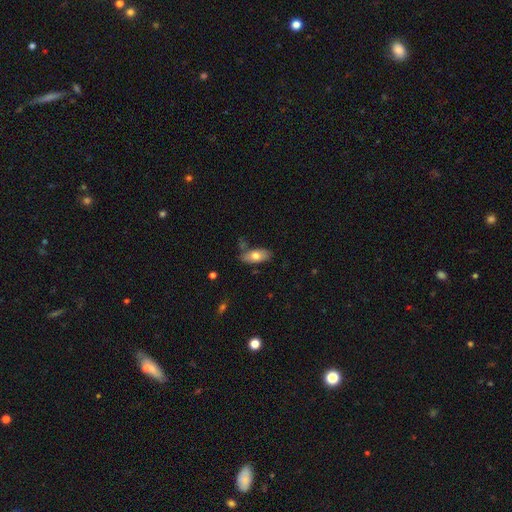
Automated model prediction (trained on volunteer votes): Q: Smooth or featured?
A: smooth (72%); runner-up: featured or disk (22%)
Q: How rounded?
A: in between (85%); runner-up: cigar-shaped (12%)
Q: Merging?
A: none (72%); runner-up: minor disturbance (18%)